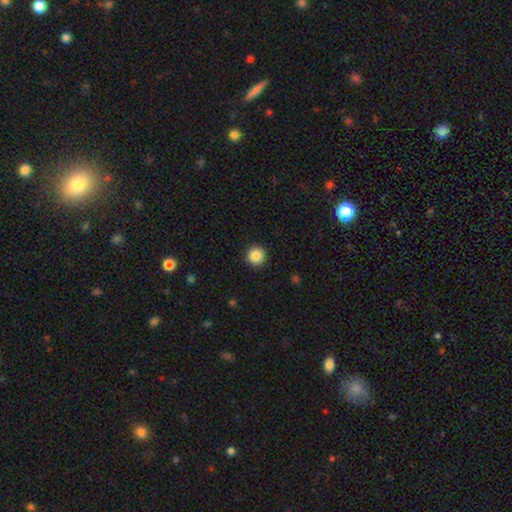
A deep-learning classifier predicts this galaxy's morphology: Q: Smooth or featured?
A: smooth (86%); runner-up: star or artifact (10%)
Q: How rounded?
A: round (96%); runner-up: in between (3%)
Q: Merging?
A: none (93%); runner-up: minor disturbance (5%)